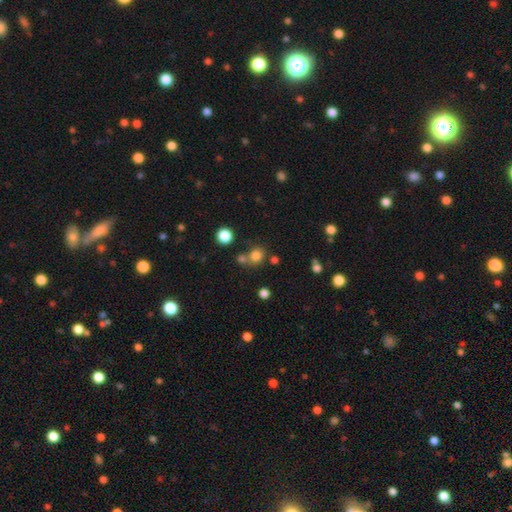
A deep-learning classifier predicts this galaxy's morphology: A smooth galaxy with no disk features (78%) that is round (83%). Merging: none (63%).